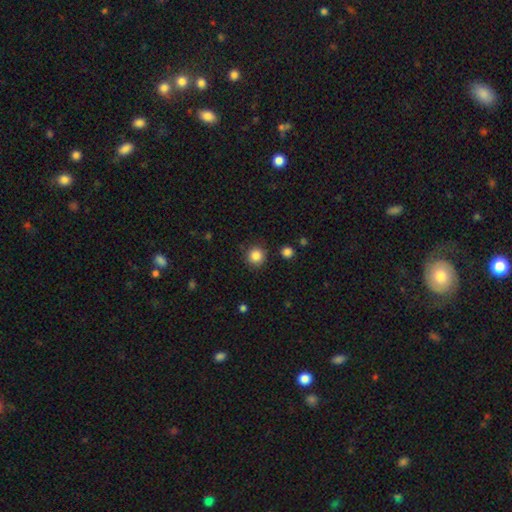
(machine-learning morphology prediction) smooth 86%, star or artifact 10%, featured or disk 4%. Down the decision tree: how rounded — round (94%); merging — none (89%).